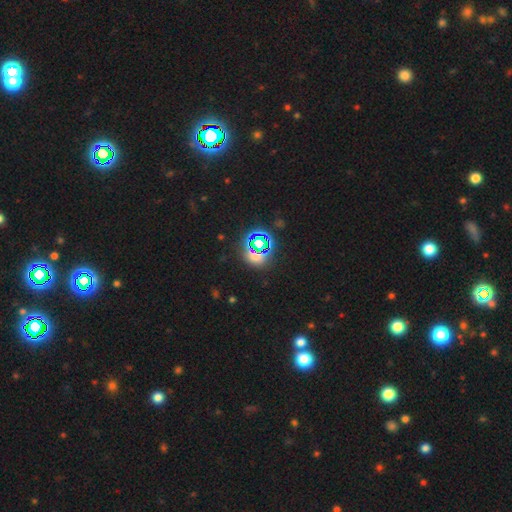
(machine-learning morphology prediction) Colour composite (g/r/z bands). It shows a star or artifact, not a galaxy (65%).